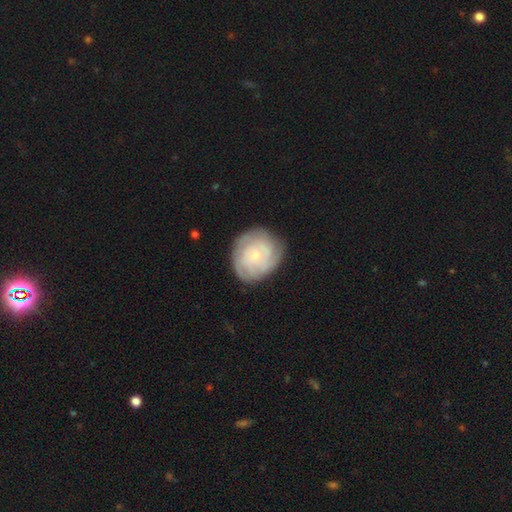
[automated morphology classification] The model was most divided on "smooth or featured": featured or disk: 56%, smooth: 37%, star or artifact: 7%. More confident: edge-on disk — no (98%); spiral arms — yes (85%); bar — no (80%); merging — none (77%); bulge size — small (67%).